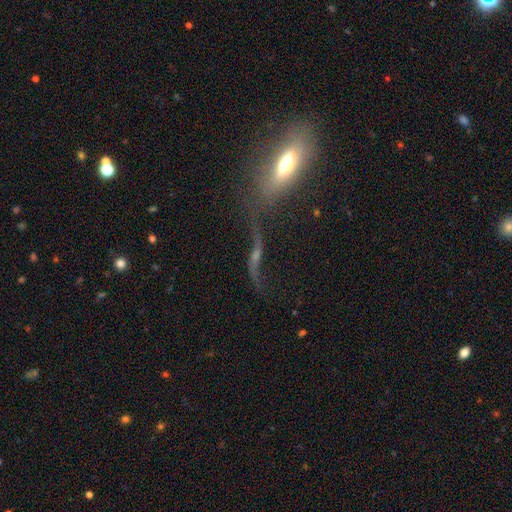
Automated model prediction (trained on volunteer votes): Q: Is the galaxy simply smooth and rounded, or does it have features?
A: featured or disk — 48%.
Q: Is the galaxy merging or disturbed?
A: none — 46%.